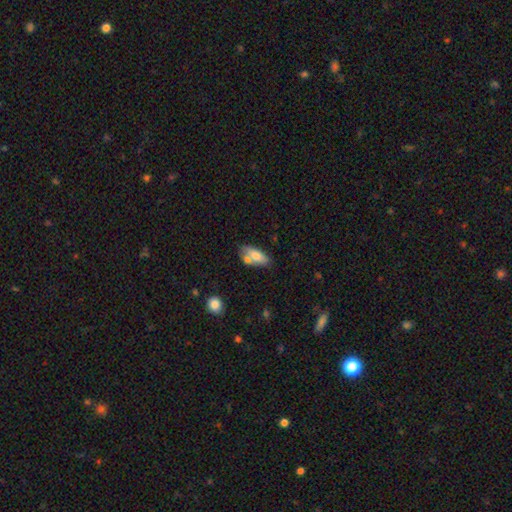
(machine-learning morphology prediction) Q: Smooth or featured?
A: smooth (72%); runner-up: featured or disk (22%)
Q: How rounded?
A: in between (81%); runner-up: cigar-shaped (16%)
Q: Merging?
A: none (47%); runner-up: merger (29%)